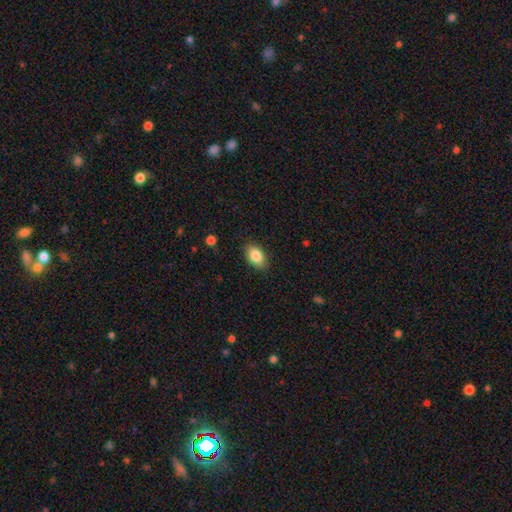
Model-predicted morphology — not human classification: Smooth or featured?
  - smooth: 85% *
  - star or artifact: 8%
  - featured or disk: 8%
How rounded?
  - in between: 88% *
  - round: 10%
  - cigar-shaped: 2%
Merging?
  - none: 85% *
  - minor disturbance: 11%
  - major disturbance: 3%
  - merger: 1%